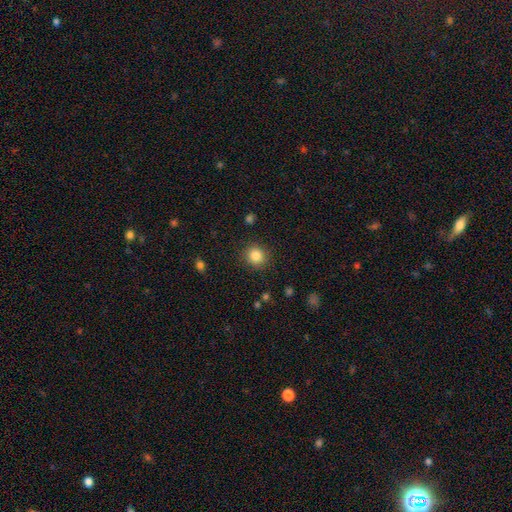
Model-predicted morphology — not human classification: Smooth or featured? Predicted: smooth (p=0.85). How rounded? Predicted: round (p=0.90). Merging? Predicted: none (p=0.90).